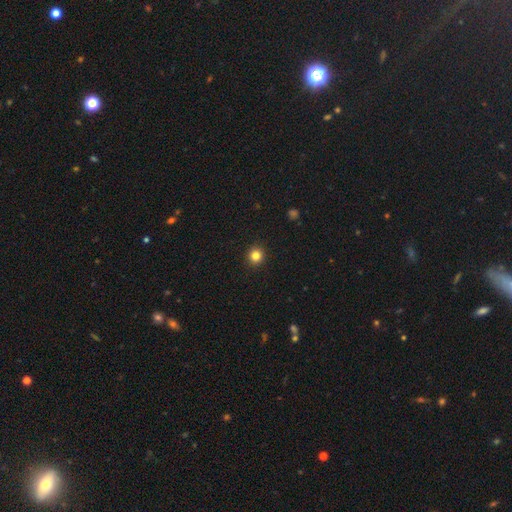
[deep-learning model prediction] smooth-or-featured: smooth: 83% | star or artifact: 13% | featured or disk: 5%
  how-rounded: round: 94% | in between: 6% | cigar-shaped: 1%
  merging: none: 93% | minor disturbance: 4% | major disturbance: 2% | merger: 1%